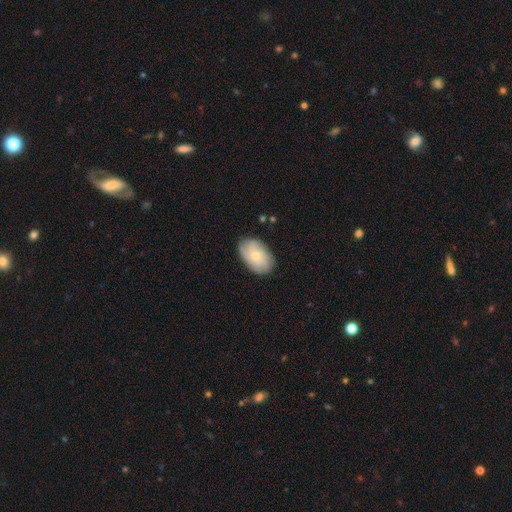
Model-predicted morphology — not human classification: Smooth or featured?
  - smooth: 57% *
  - featured or disk: 36%
  - star or artifact: 7%
How rounded?
  - in between: 88% *
  - round: 11%
  - cigar-shaped: 1%
Merging?
  - none: 79% *
  - minor disturbance: 16%
  - major disturbance: 4%
  - merger: 1%